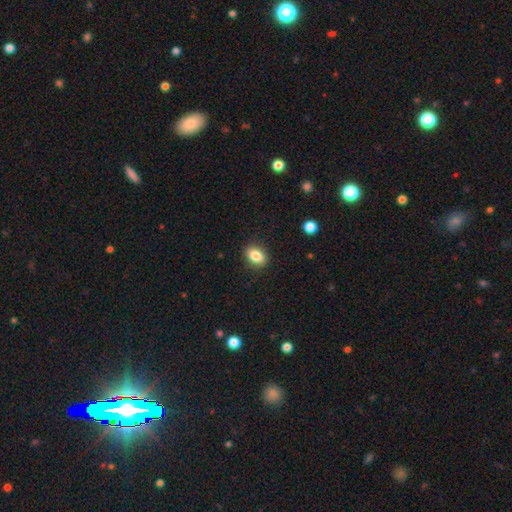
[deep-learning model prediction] A smooth galaxy with no disk features (85%) that is in between round and cigar-shaped (80%).

Vote fractions:
- Smooth or featured? smooth: 85% / star or artifact: 9% / featured or disk: 7%
- How rounded? in between: 80% / round: 18% / cigar-shaped: 2%
- Merging? none: 88% / minor disturbance: 9% / major disturbance: 2% / merger: 1%